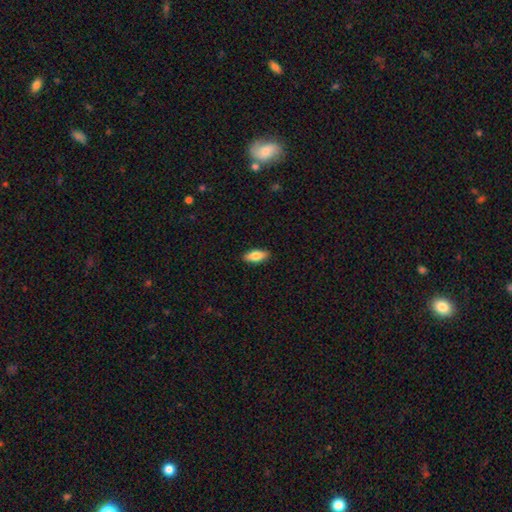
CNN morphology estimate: A smooth galaxy with no disk features (79%) that is in between round and cigar-shaped (81%). Merging: none (89%).